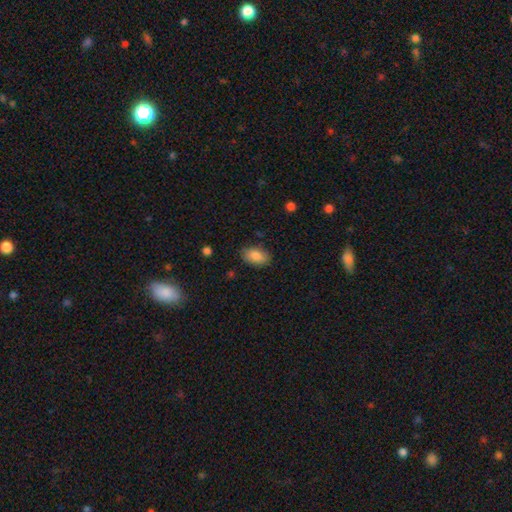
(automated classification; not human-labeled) This is clearly a smooth galaxy (86%). How rounded: clearly in between (91%). Merging: clearly none (84%).